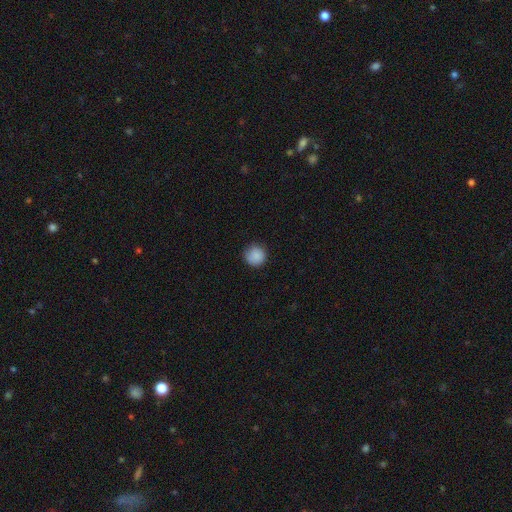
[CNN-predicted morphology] smooth-or-featured: smooth: 88% | star or artifact: 8% | featured or disk: 4%
  how-rounded: round: 94% | in between: 5% | cigar-shaped: 1%
  merging: none: 85% | minor disturbance: 11% | major disturbance: 2% | merger: 1%